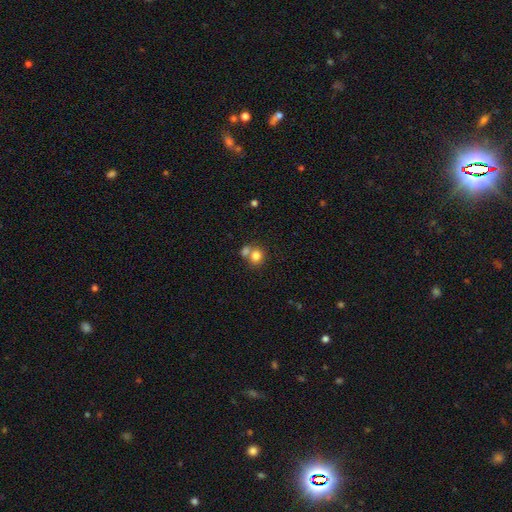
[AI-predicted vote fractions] This appears to be a smooth galaxy with no disk features (80%) that is round (73%). Merging: none (46%).